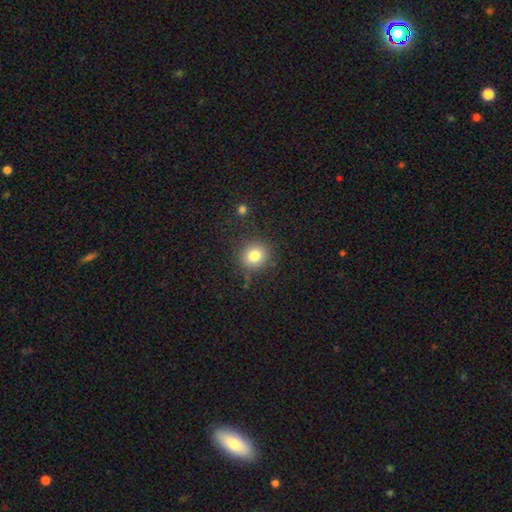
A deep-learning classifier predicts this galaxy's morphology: A smooth galaxy with no disk features (65%) that is round (93%). Merging: none (88%).